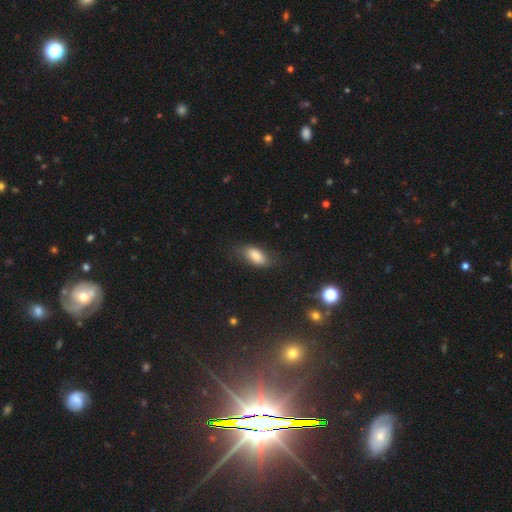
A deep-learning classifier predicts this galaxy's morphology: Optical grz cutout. It shows a smooth galaxy with no disk features (78%) that is in between round and cigar-shaped (88%). Merging: none (70%).